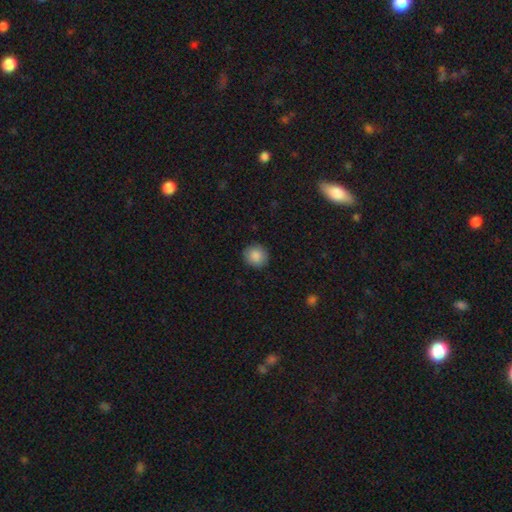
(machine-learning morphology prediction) Overall: smooth (87%). How rounded: round (89%). Merging: none (91%).